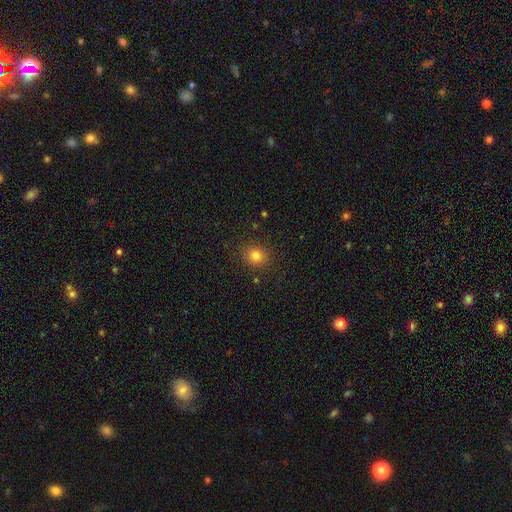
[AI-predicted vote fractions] Smooth or featured?
  - smooth: 80% *
  - star or artifact: 14%
  - featured or disk: 6%
How rounded?
  - round: 80% *
  - in between: 19%
  - cigar-shaped: 1%
Merging?
  - none: 87% *
  - minor disturbance: 8%
  - major disturbance: 3%
  - merger: 1%